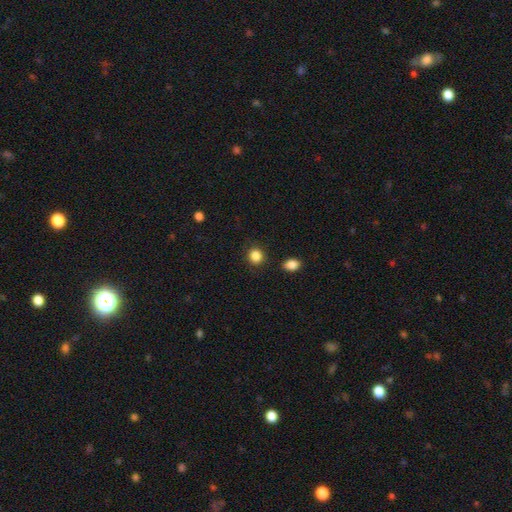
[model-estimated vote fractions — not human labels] The model was most divided on "how rounded": round: 86%, in between: 13%, cigar-shaped: 1%. More confident: merging — none (89%); smooth or featured — smooth (86%).